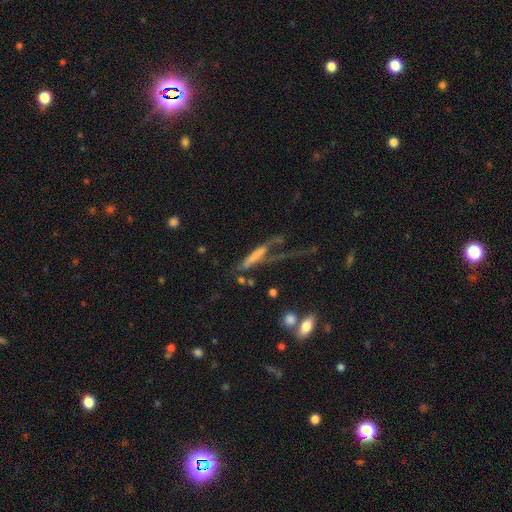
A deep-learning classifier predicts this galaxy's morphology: A smooth galaxy with no disk features (47%).

Vote fractions:
- Smooth or featured? smooth: 47% / featured or disk: 43% / star or artifact: 9%
- Merging? major disturbance: 51% / none: 22% / minor disturbance: 15% / merger: 13%